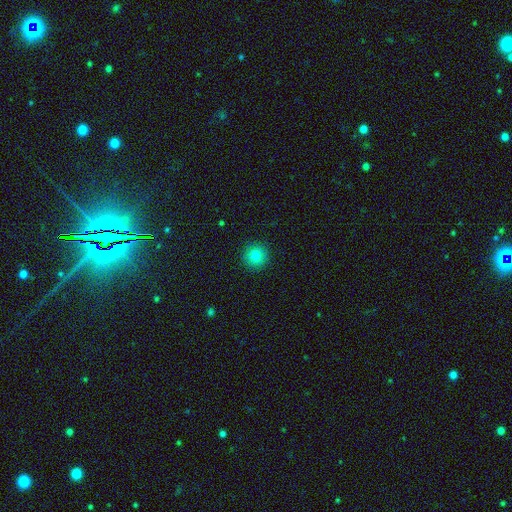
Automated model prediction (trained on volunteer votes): Smooth or featured: smooth — 81% (star or artifact — 12%)
How rounded: round — 95% (in between — 4%)
Merging: none — 92% (minor disturbance — 5%)